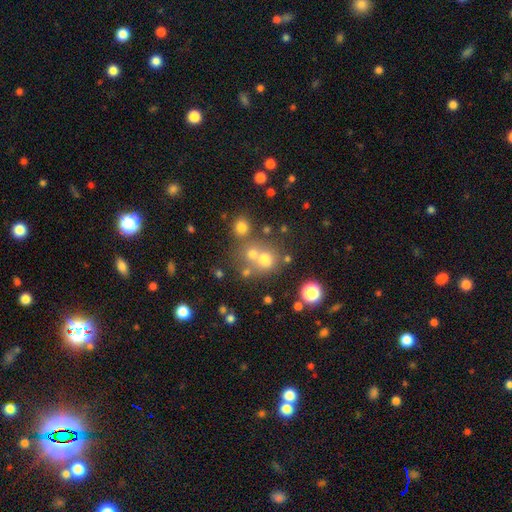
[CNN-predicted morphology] smooth-or-featured: smooth: 59% | star or artifact: 26% | featured or disk: 16%
  how-rounded: round: 82% | in between: 17% | cigar-shaped: 1%
  merging: none: 50% | merger: 37% | minor disturbance: 8% | major disturbance: 5%